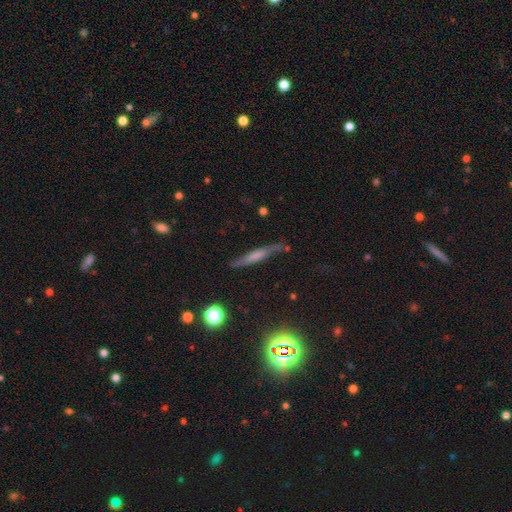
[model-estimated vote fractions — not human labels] Smooth or featured? featured or disk (44%)
Merging? none (75%)